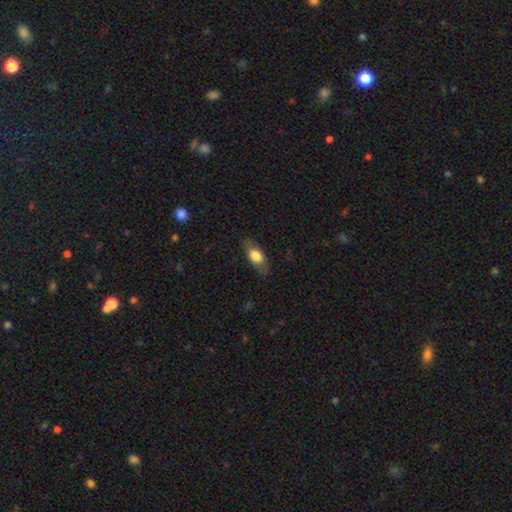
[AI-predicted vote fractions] Smooth or featured: smooth — 73% (featured or disk — 20%)
How rounded: in between — 83% (cigar-shaped — 11%)
Merging: none — 79% (minor disturbance — 15%)